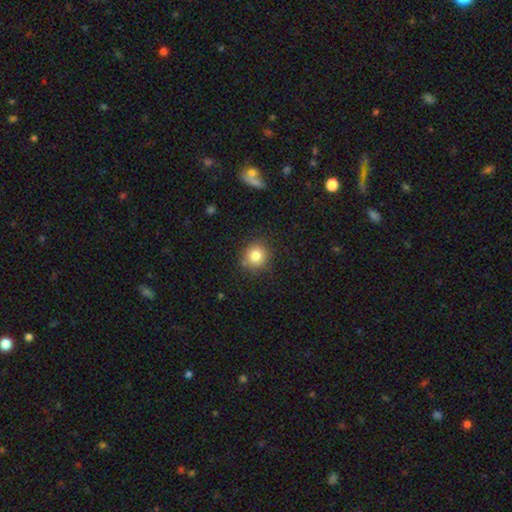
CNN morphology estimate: The model was most divided on "smooth or featured": smooth: 82%, star or artifact: 11%, featured or disk: 6%. More confident: how rounded — round (89%); merging — none (83%).